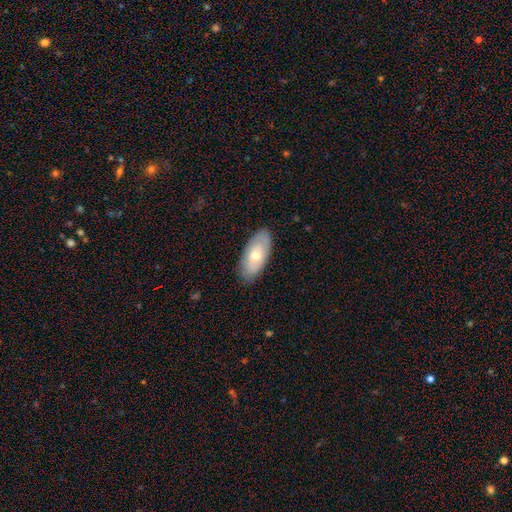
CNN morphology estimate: A smooth galaxy with no disk features (59%) that is in between round and cigar-shaped (91%). Merging: none (83%).